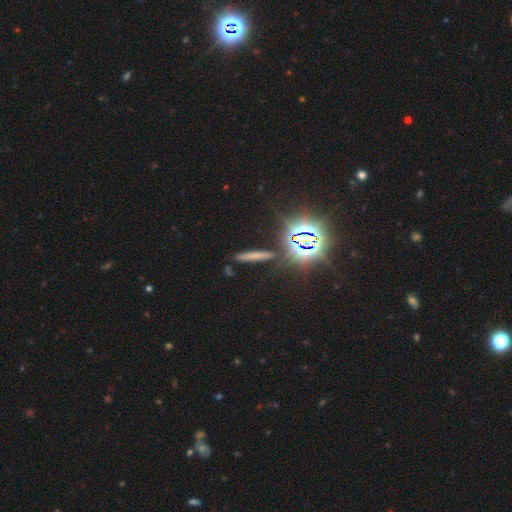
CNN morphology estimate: The model was most divided on "smooth or featured": smooth: 48%, star or artifact: 34%, featured or disk: 18%. More confident: merging — none (86%).